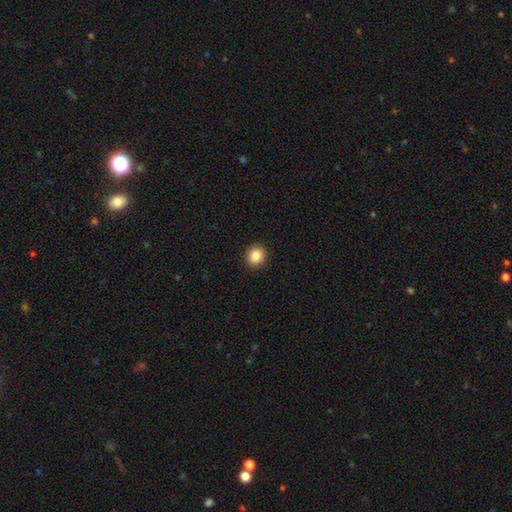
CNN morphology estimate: Smooth or featured: smooth — 87% (star or artifact — 9%)
How rounded: round — 83% (in between — 17%)
Merging: none — 91% (minor disturbance — 6%)